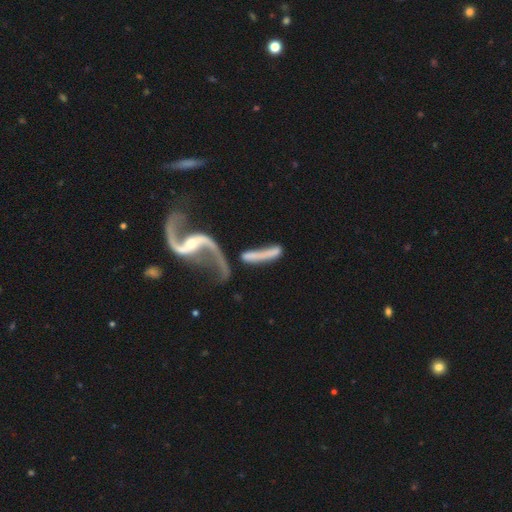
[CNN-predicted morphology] Overall: featured or disk (54%; smooth 38%). Edge-on disk: no (68%; yes 32%). Merging: none (32%; merger 28%).